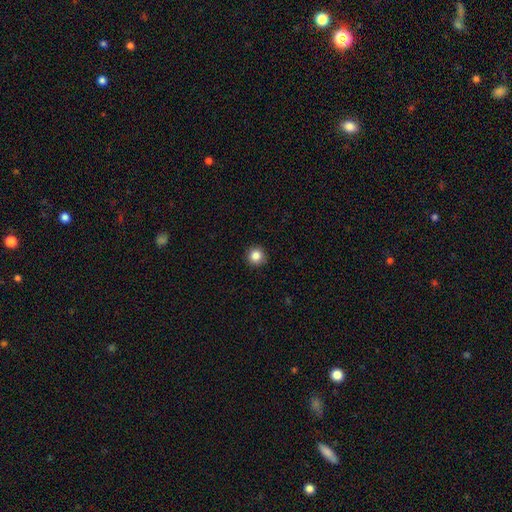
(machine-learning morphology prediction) This is clearly a smooth galaxy (85%). How rounded: clearly round (95%). Merging: clearly none (93%).